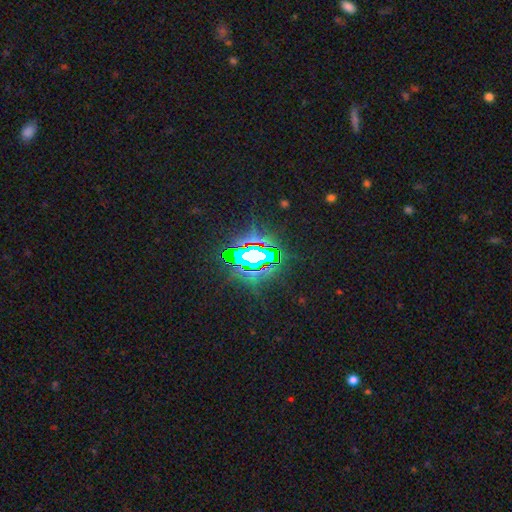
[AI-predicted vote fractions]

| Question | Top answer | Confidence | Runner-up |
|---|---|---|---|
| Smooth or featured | star or artifact | 77% | featured or disk (12%) |